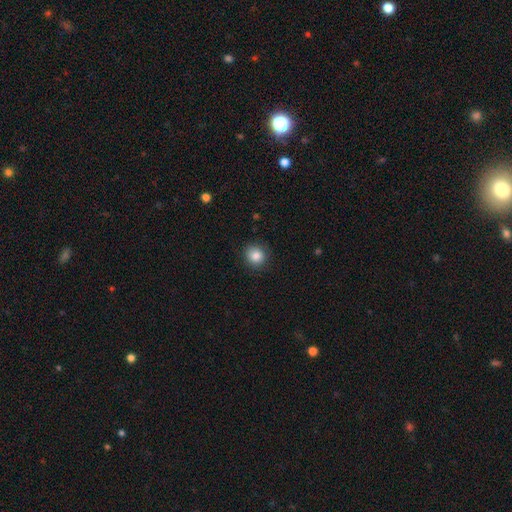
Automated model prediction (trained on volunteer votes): The model was most divided on "how rounded": round: 87%, in between: 12%, cigar-shaped: 1%. More confident: merging — none (88%); smooth or featured — smooth (86%).